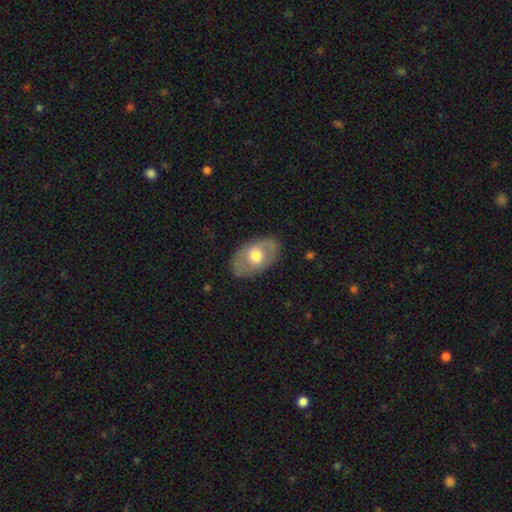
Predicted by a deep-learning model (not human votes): Overall: featured or disk (48%; smooth 46%). Merging: none (80%).